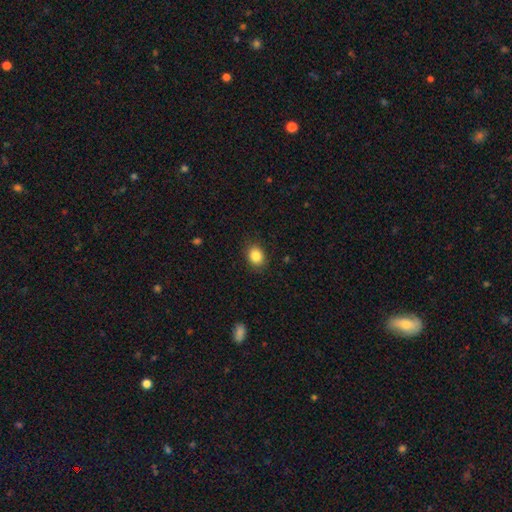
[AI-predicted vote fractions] Smooth or featured?
  - smooth: 86% *
  - star or artifact: 9%
  - featured or disk: 5%
How rounded?
  - round: 52% *
  - in between: 47%
  - cigar-shaped: 1%
Merging?
  - none: 87% *
  - minor disturbance: 9%
  - major disturbance: 3%
  - merger: 1%